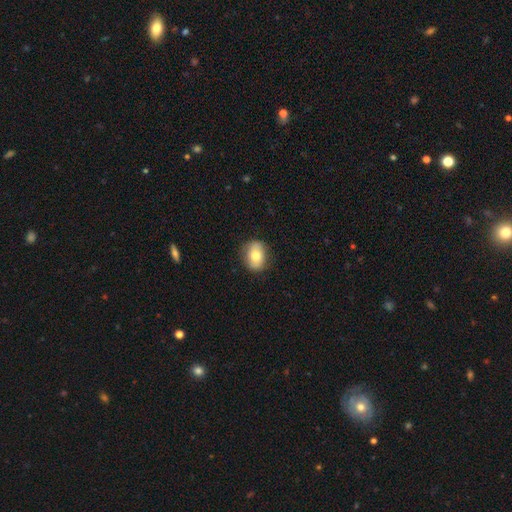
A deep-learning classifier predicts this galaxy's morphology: This appears to be a smooth galaxy with no disk features (75%) that is in between round and cigar-shaped (59%). Merging: none (83%).